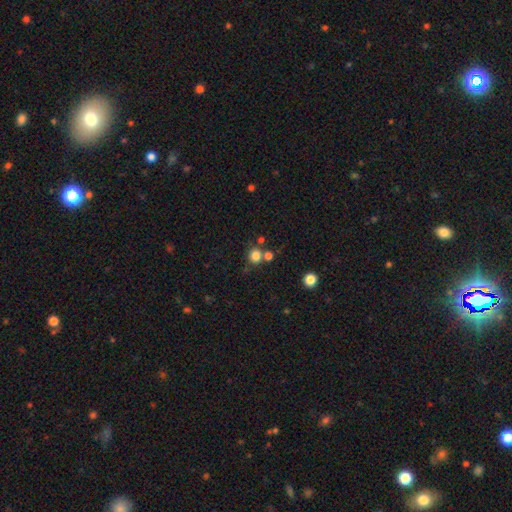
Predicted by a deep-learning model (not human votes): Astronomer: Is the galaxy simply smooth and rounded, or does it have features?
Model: smooth — 80%.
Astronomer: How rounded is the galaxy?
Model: round — 82%.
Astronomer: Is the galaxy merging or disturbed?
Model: none — 65%.